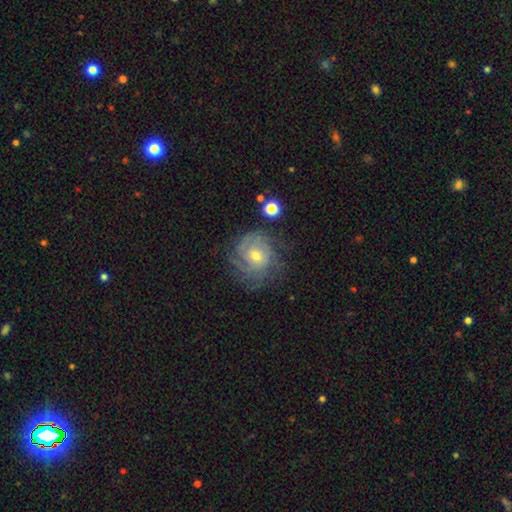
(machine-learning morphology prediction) This appears to be a featured or disk galaxy (78%) with no bar (74%), tight (69%) spiral arms (92%) and a moderate central bulge (50%). Merging: none (70%).